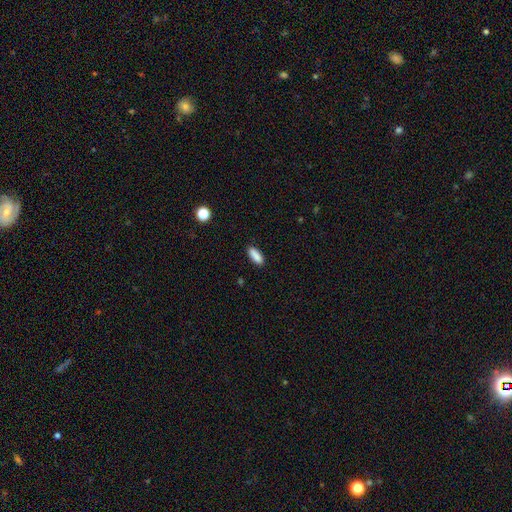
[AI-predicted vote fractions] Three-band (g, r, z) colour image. It shows a smooth galaxy with no disk features (88%) that is in between round and cigar-shaped (68%). Merging: none (87%).